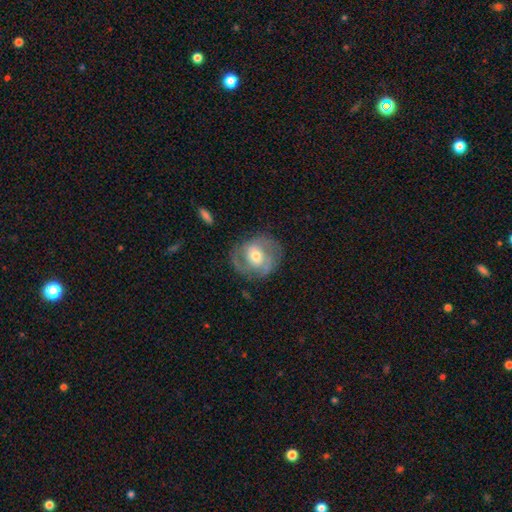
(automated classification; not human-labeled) smooth_or_featured: featured or disk (p=0.72) [alt: smooth p=0.22]
disk_edge_on: no (p=0.97) [alt: yes p=0.03]
bar: no (p=0.58) [alt: weak p=0.32]
has_spiral_arms: yes (p=0.84) [alt: no p=0.16]
spiral_winding: medium (p=0.43) [alt: tight p=0.42]
spiral_arm_count: 2 (p=0.58) [alt: can't tell p=0.20]
bulge_size: moderate (p=0.66) [alt: small p=0.23]
merging: none (p=0.72) [alt: minor disturbance p=0.17]